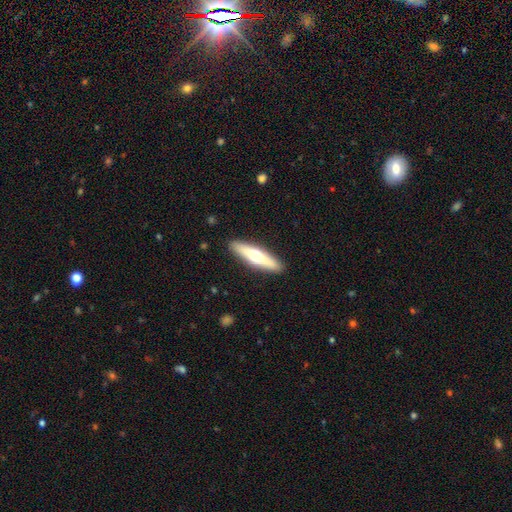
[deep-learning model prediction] A smooth galaxy with no disk features (52%) that is cigar-shaped (73%).

Vote fractions:
- Smooth or featured? smooth: 52% / featured or disk: 43% / star or artifact: 5%
- How rounded? cigar-shaped: 73% / in between: 25% / round: 2%
- Merging? none: 90% / minor disturbance: 7% / major disturbance: 2% / merger: 1%